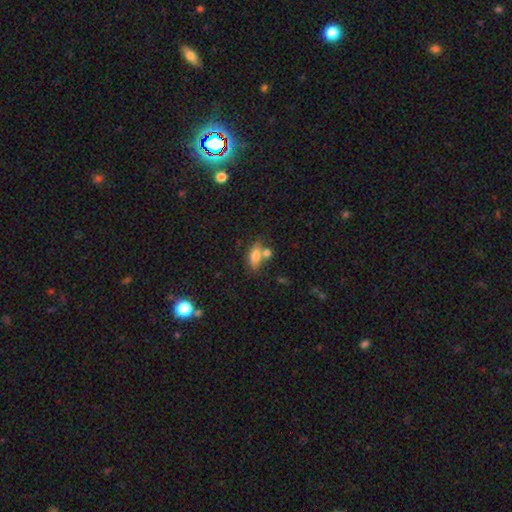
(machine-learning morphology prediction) Smooth or featured: smooth — 72% (featured or disk — 18%)
How rounded: in between — 78% (cigar-shaped — 16%)
Merging: none — 51% (merger — 28%)